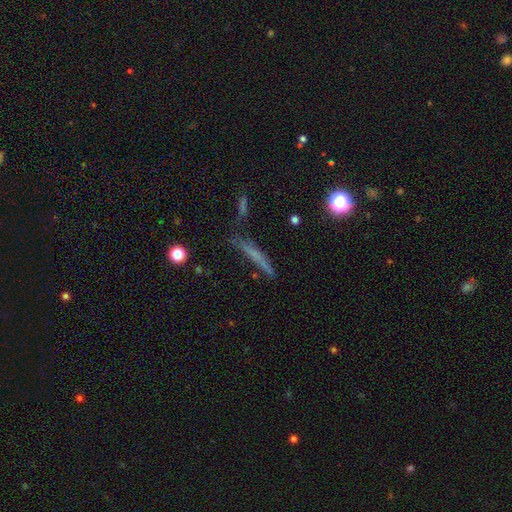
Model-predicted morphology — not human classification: Smooth or featured?
  - smooth: 54% *
  - featured or disk: 33%
  - star or artifact: 13%
How rounded?
  - cigar-shaped: 91% *
  - in between: 6%
  - round: 3%
Merging?
  - none: 68% *
  - minor disturbance: 20%
  - major disturbance: 7%
  - merger: 5%